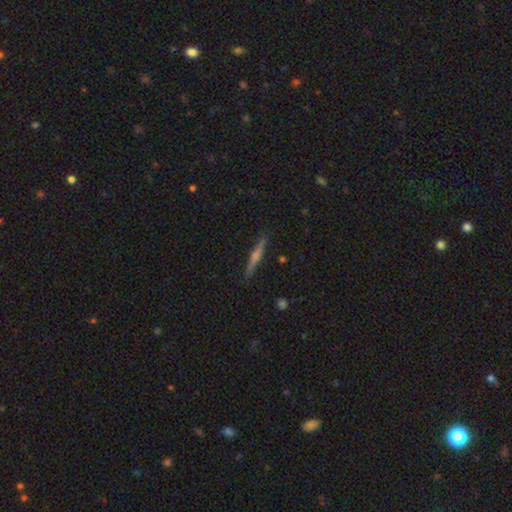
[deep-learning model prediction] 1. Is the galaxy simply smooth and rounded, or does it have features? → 64% featured or disk, 29% smooth, 7% star or artifact.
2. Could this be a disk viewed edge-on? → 98% yes, 2% no.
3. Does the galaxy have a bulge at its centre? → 71% rounded, 19% none, 9% boxy.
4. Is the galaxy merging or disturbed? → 90% none, 7% minor disturbance, 1% major disturbance, 1% merger.